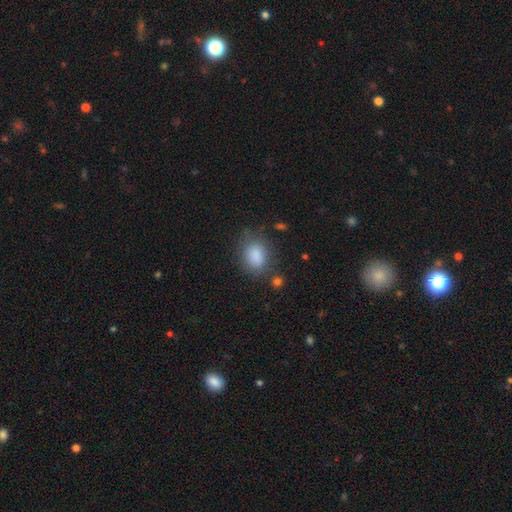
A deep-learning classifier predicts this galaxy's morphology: The model was most divided on "how rounded": in between: 65%, round: 33%, cigar-shaped: 1%. More confident: smooth or featured — smooth (86%); merging — none (72%).